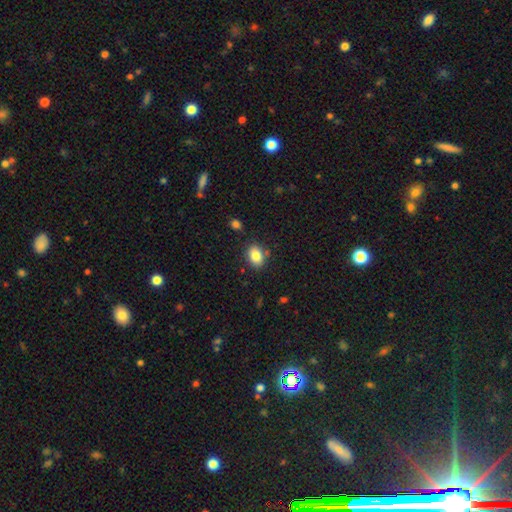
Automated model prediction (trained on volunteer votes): Smooth or featured? smooth (85%)
How rounded? in between (72%)
Merging? none (82%)